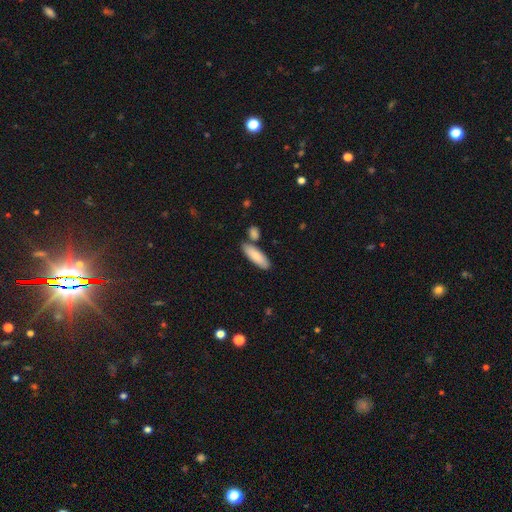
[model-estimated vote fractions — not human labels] smooth_or_featured: smooth (p=0.85) [alt: featured or disk p=0.10]
how_rounded: in between (p=0.54) [alt: cigar-shaped p=0.44]
merging: none (p=0.74) [alt: minor disturbance p=0.12]